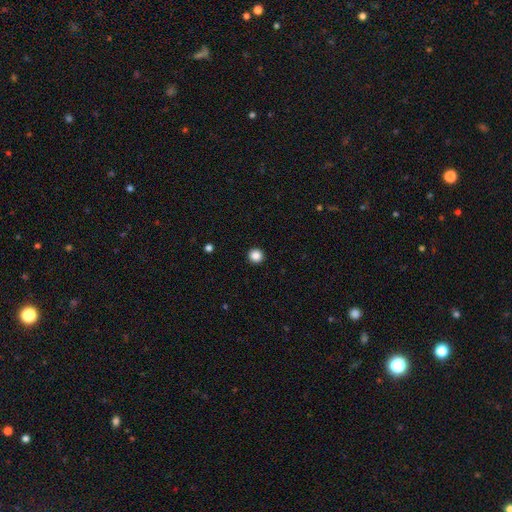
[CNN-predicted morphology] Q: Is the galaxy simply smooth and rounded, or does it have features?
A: smooth — 87%.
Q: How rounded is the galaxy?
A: round — 95%.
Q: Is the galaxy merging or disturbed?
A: none — 94%.